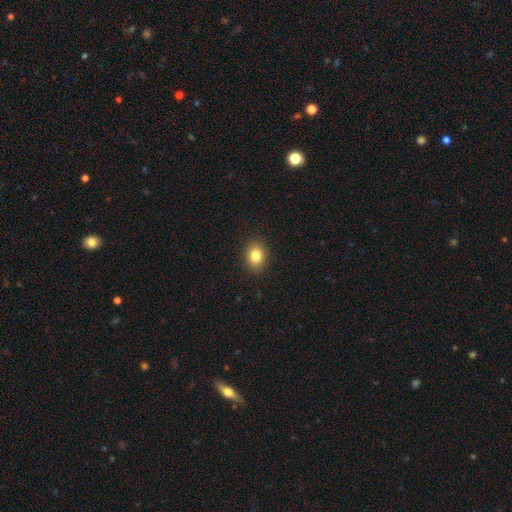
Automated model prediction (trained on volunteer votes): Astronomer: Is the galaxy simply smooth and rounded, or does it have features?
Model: smooth — 82%.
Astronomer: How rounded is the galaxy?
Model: in between — 51% (runner-up: round, 48%).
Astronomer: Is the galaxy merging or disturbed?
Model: none — 91%.